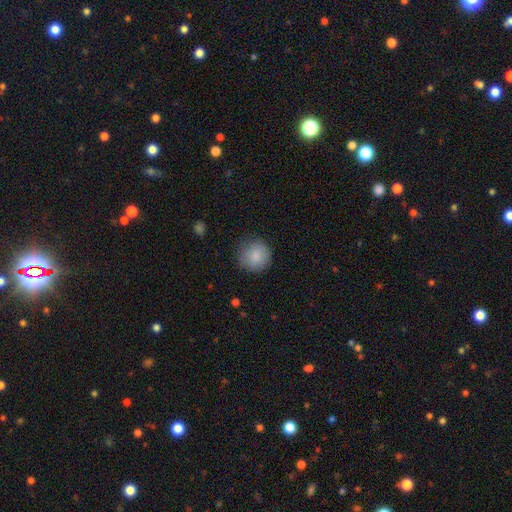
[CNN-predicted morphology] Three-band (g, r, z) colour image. It shows a smooth galaxy with no disk features (85%) that is round (93%). Merging: none (80%).